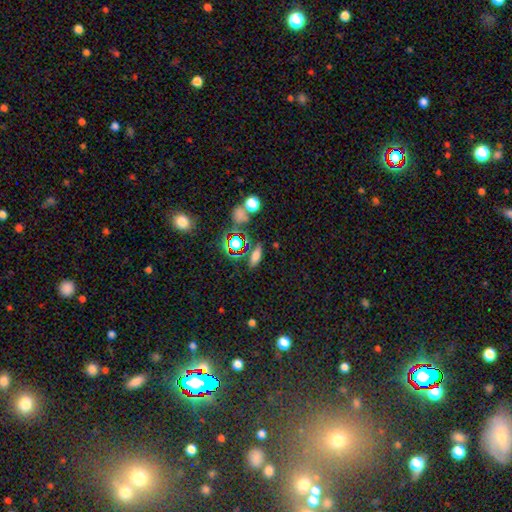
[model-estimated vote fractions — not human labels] smooth-or-featured: smooth: 63% | star or artifact: 24% | featured or disk: 13%
  how-rounded: in between: 58% | cigar-shaped: 31% | round: 11%
  merging: none: 76% | minor disturbance: 12% | merger: 6% | major disturbance: 5%